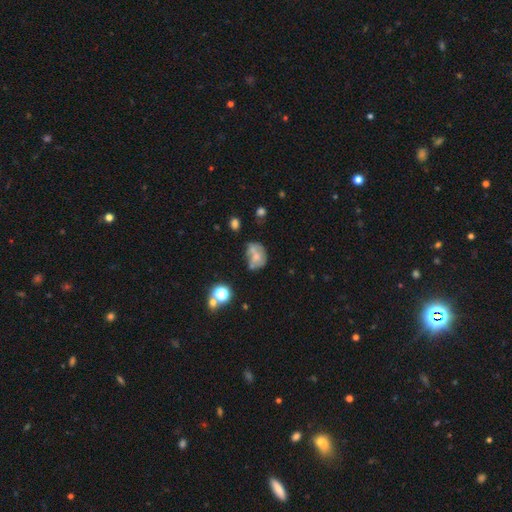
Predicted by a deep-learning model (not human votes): Morphology: type=featured or disk (46%); merging=none (32%).